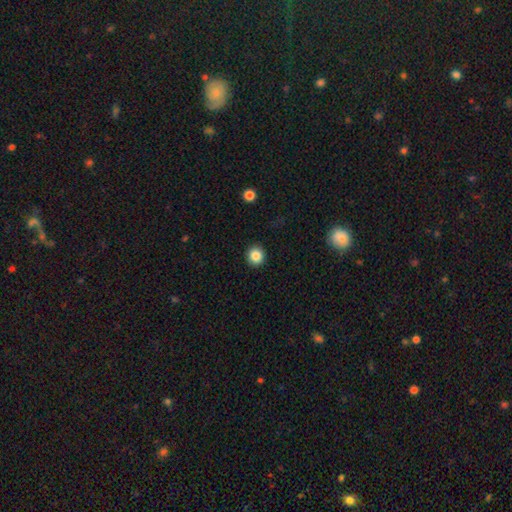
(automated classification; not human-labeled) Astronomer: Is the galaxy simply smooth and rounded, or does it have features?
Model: smooth — 85%.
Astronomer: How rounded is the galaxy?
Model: round — 92%.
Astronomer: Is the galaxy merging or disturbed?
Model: none — 92%.